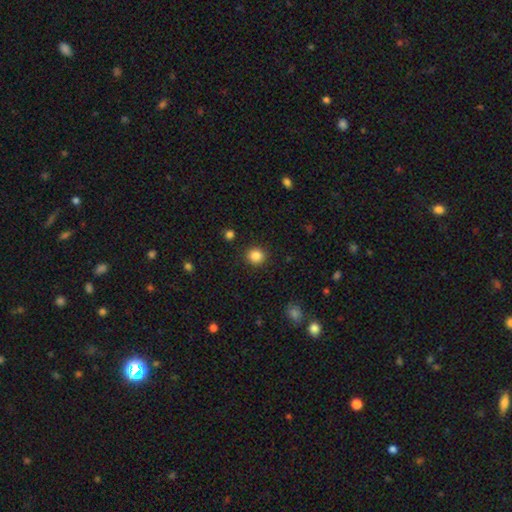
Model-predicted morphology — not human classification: Smooth or featured? Predicted: smooth (p=0.86). How rounded? Predicted: round (p=0.86). Merging? Predicted: none (p=0.90).